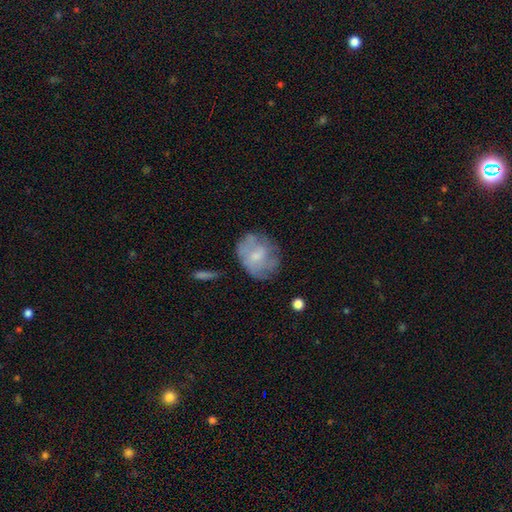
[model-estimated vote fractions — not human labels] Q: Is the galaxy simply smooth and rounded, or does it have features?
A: featured or disk — 47%.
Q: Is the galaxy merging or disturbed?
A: none — 59%.